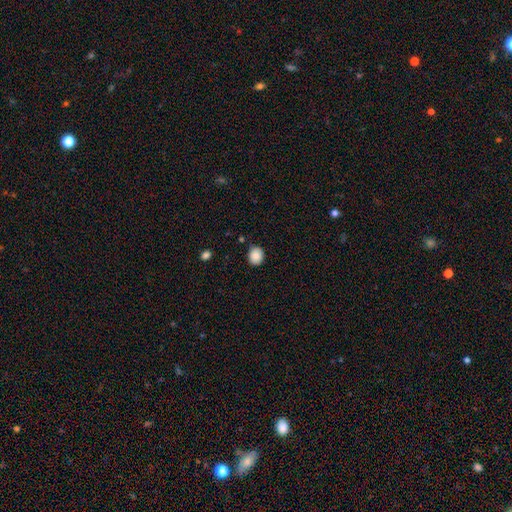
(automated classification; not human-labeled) smooth-or-featured: smooth: 88% | star or artifact: 9% | featured or disk: 4%
  how-rounded: round: 67% | in between: 32% | cigar-shaped: 1%
  merging: none: 84% | minor disturbance: 11% | major disturbance: 2% | merger: 2%